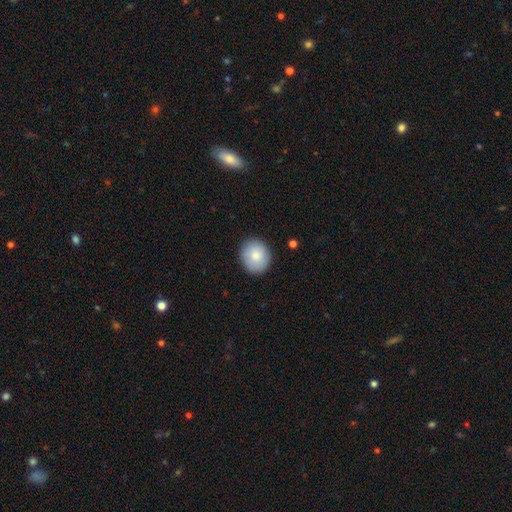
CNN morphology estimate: smooth_or_featured: smooth (p=0.83) [alt: featured or disk p=0.10]
how_rounded: round (p=0.78) [alt: in between p=0.21]
merging: none (p=0.88) [alt: minor disturbance p=0.09]